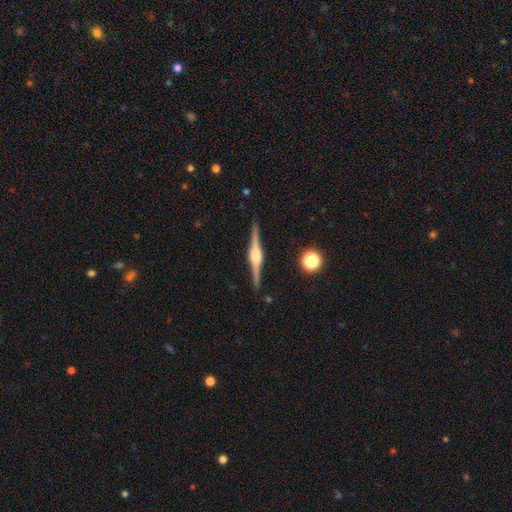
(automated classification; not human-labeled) Smooth or featured? Predicted: featured or disk (p=0.86). Edge-on disk? Predicted: yes (p=0.98). Edge-on bulge? Predicted: rounded (p=0.82). Merging? Predicted: none (p=0.91).